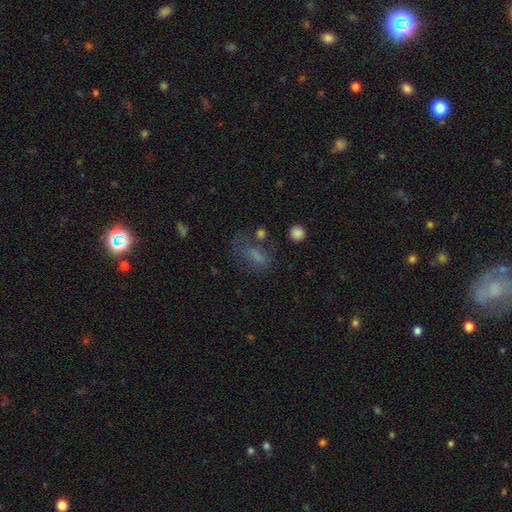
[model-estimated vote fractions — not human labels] Q: Smooth or featured?
A: smooth (59%); runner-up: featured or disk (22%)
Q: How rounded?
A: in between (76%); runner-up: round (16%)
Q: Merging?
A: none (45%); runner-up: major disturbance (26%)